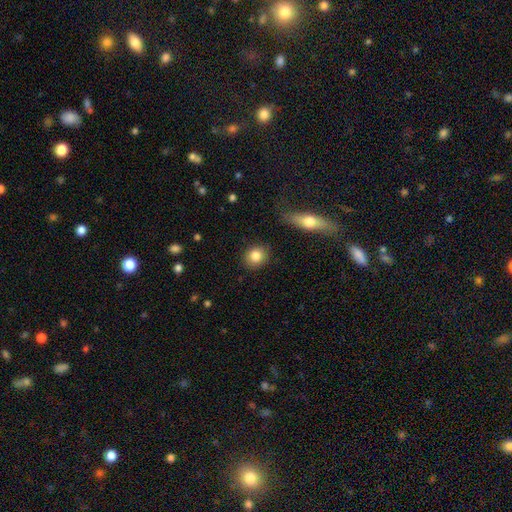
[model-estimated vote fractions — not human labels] Smooth or featured?
  - smooth: 83% *
  - featured or disk: 8%
  - star or artifact: 8%
How rounded?
  - round: 78% *
  - in between: 21%
  - cigar-shaped: 2%
Merging?
  - none: 88% *
  - minor disturbance: 8%
  - major disturbance: 2%
  - merger: 2%